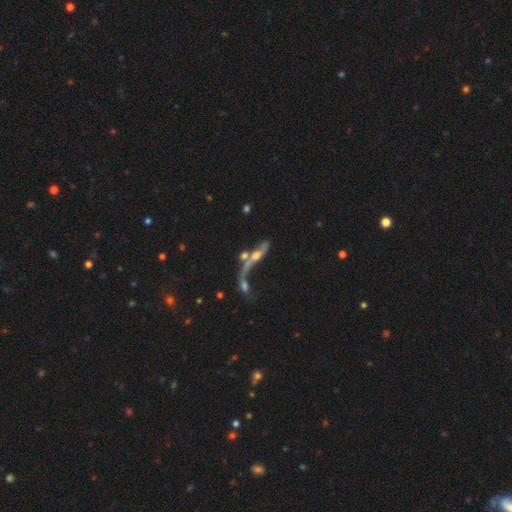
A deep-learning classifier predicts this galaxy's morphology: Smooth or featured? Predicted: featured or disk (p=0.60). Edge-on disk? Predicted: yes (p=0.51). Merging? Predicted: merger (p=0.52).